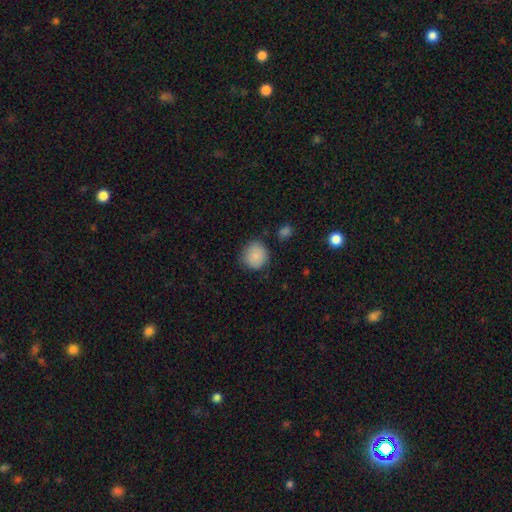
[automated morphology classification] smooth 86%, star or artifact 8%, featured or disk 5%. Down the decision tree: how rounded — round (89%); merging — none (81%).